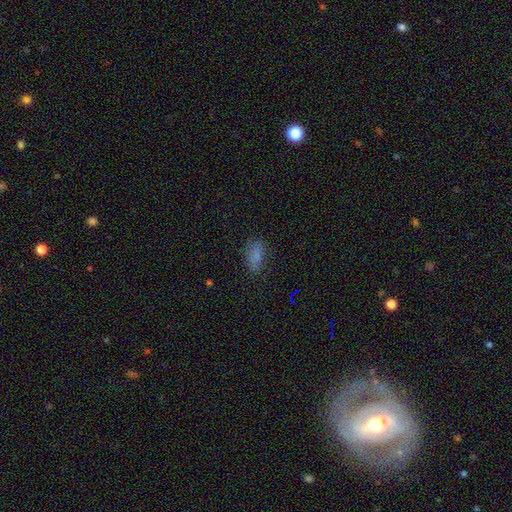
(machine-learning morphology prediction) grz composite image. It shows a smooth galaxy with no disk features (80%) that is in between round and cigar-shaped (90%). Merging: none (76%).